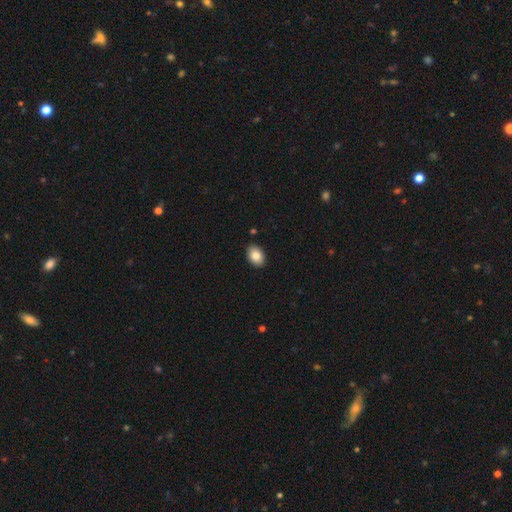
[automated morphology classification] A smooth galaxy with no disk features (83%) that is in between round and cigar-shaped (84%). Merging: none (89%).